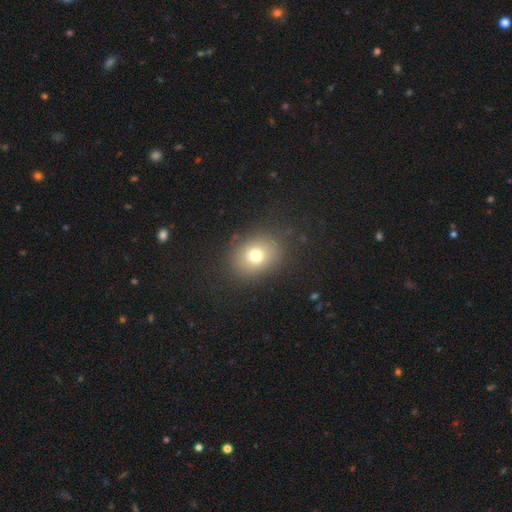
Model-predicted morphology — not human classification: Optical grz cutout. It shows a smooth galaxy with no disk features (75%) that is round (52%). Merging: none (85%).